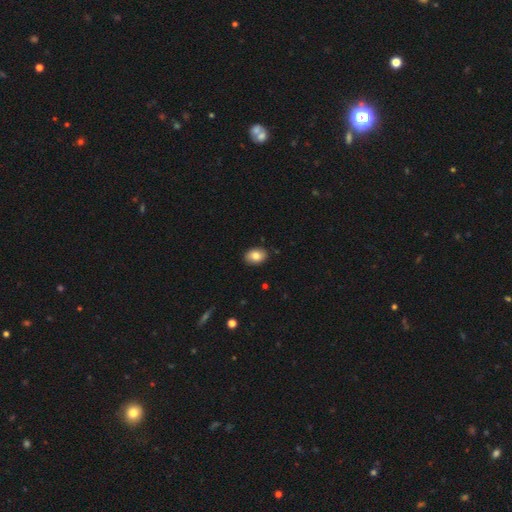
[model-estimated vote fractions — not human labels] Morphology: type=smooth (82%); roundness=in between (80%); merging=none (88%).